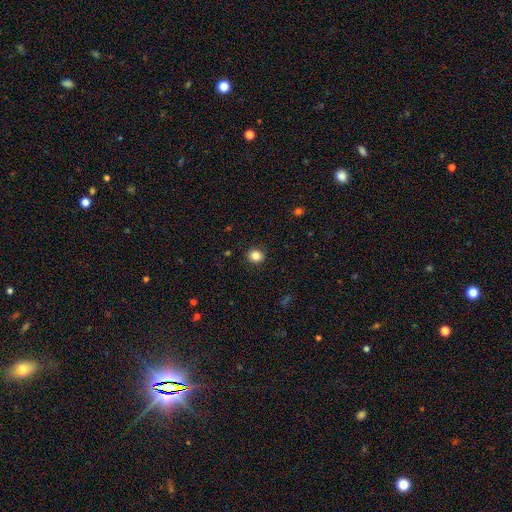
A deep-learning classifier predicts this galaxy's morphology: type=smooth (85%); roundness=round (80%); merging=none (91%).